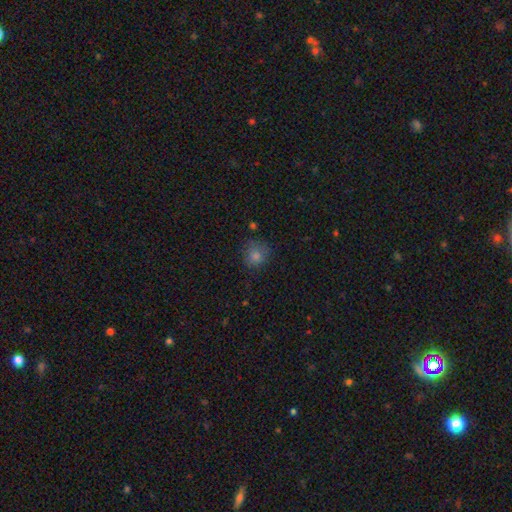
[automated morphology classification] Q: Smooth or featured?
A: smooth (76%); runner-up: star or artifact (17%)
Q: How rounded?
A: round (85%); runner-up: in between (14%)
Q: Merging?
A: none (73%); runner-up: minor disturbance (19%)